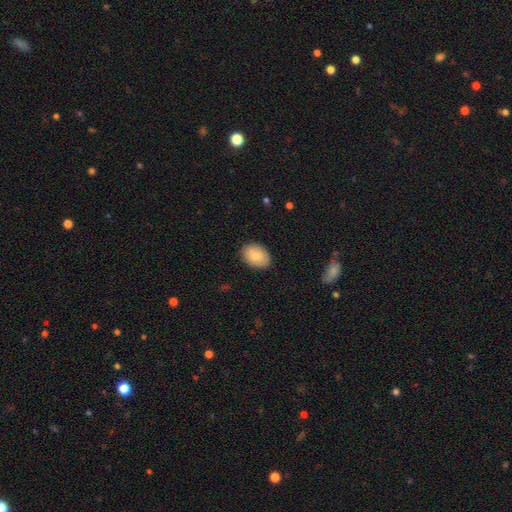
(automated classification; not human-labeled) smooth-or-featured: smooth: 83% | featured or disk: 11% | star or artifact: 7%
  how-rounded: in between: 82% | round: 17% | cigar-shaped: 1%
  merging: none: 87% | minor disturbance: 10% | major disturbance: 2% | merger: 1%